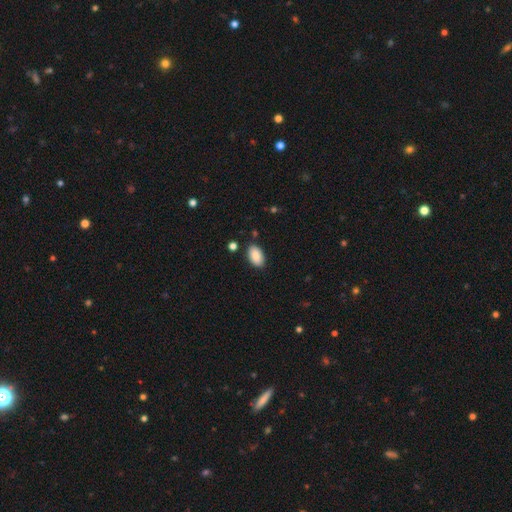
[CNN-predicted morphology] Q: Smooth or featured?
A: smooth (88%); runner-up: star or artifact (7%)
Q: How rounded?
A: in between (95%); runner-up: round (4%)
Q: Merging?
A: none (85%); runner-up: minor disturbance (10%)